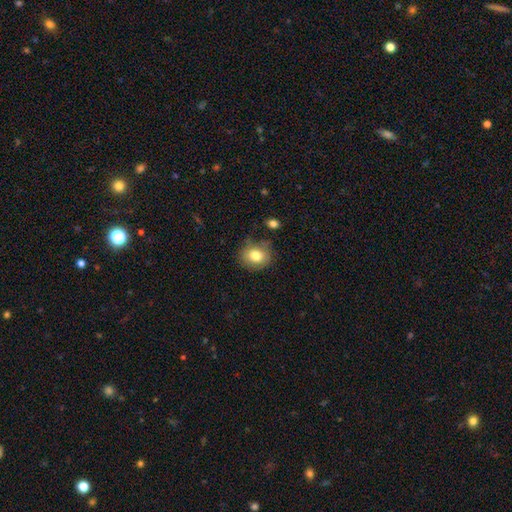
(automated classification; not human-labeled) Smooth or featured? smooth (79%)
How rounded? round (63%)
Merging? none (75%)